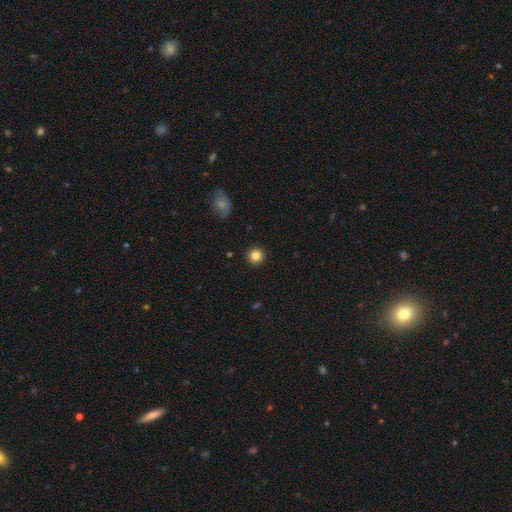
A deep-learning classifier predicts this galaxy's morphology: Smooth or featured: smooth — 84% (star or artifact — 11%)
How rounded: round — 95% (in between — 4%)
Merging: none — 92% (minor disturbance — 5%)